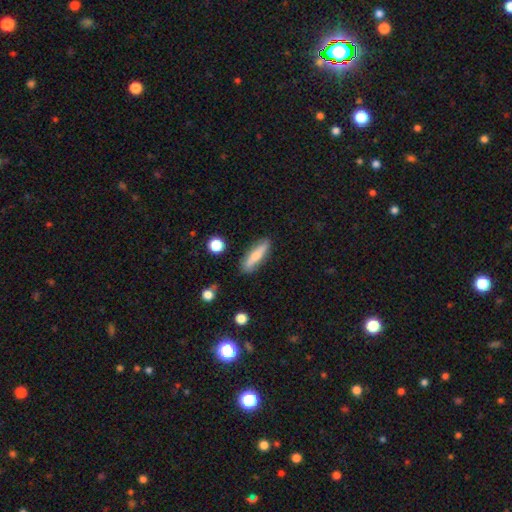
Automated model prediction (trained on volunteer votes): Q: Smooth or featured?
A: smooth (65%); runner-up: featured or disk (29%)
Q: How rounded?
A: cigar-shaped (67%); runner-up: in between (30%)
Q: Merging?
A: none (82%); runner-up: minor disturbance (13%)